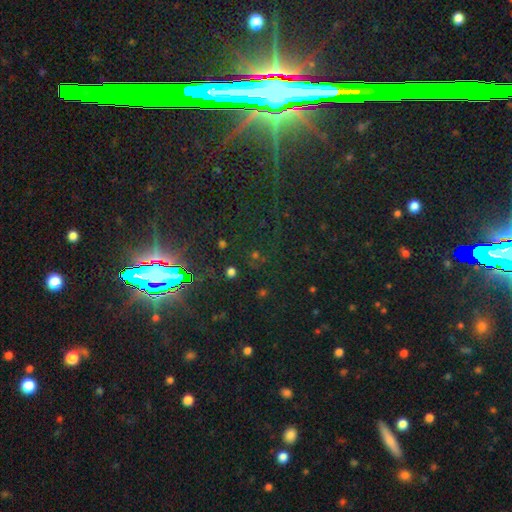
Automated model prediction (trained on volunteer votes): Overall: star or artifact (78%).